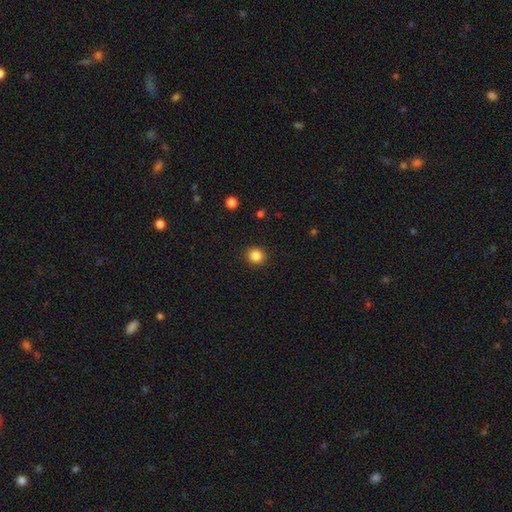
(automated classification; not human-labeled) Smooth or featured? Predicted: smooth (p=0.85). How rounded? Predicted: round (p=0.89). Merging? Predicted: none (p=0.91).